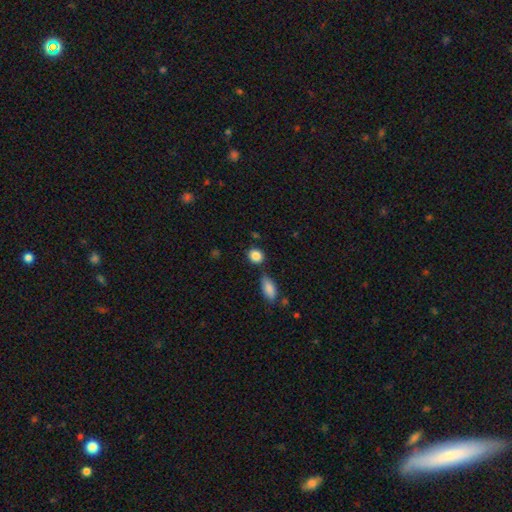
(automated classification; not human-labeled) This is clearly a smooth galaxy (87%). How rounded: likely round (66%). Merging: likely none (73%).